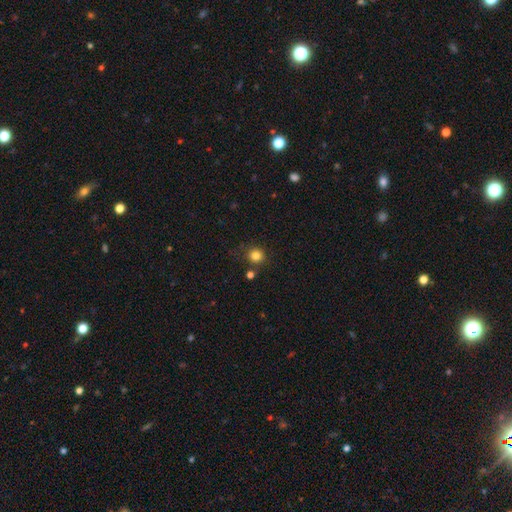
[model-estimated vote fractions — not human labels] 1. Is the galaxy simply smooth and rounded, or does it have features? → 83% smooth, 12% star or artifact, 5% featured or disk.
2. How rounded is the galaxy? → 89% round, 10% in between, 1% cigar-shaped.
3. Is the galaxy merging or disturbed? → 81% none, 10% minor disturbance, 6% merger, 3% major disturbance.